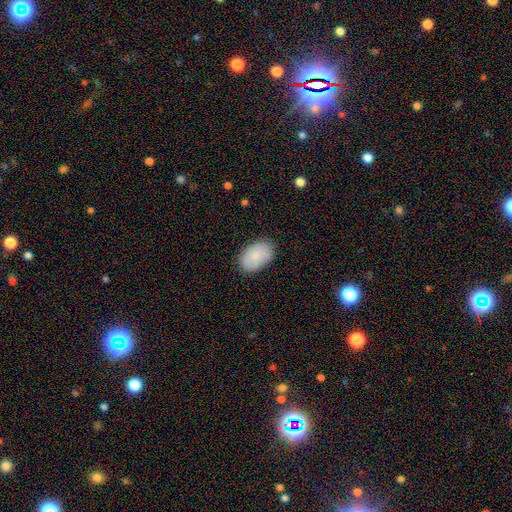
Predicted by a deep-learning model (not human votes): A smooth galaxy with no disk features (85%) that is in between round and cigar-shaped (90%). Merging: none (85%).